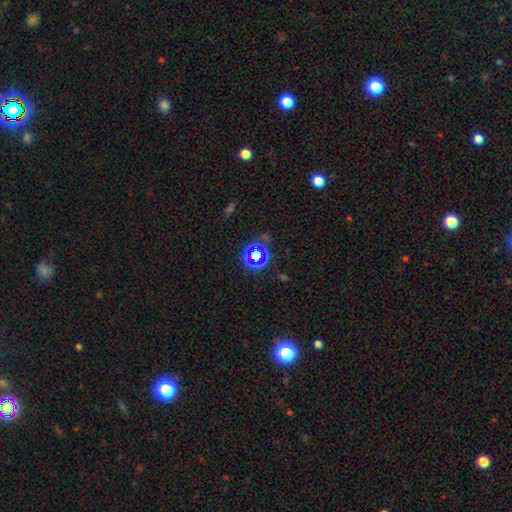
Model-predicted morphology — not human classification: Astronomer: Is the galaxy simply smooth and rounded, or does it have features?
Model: star or artifact — 60%.